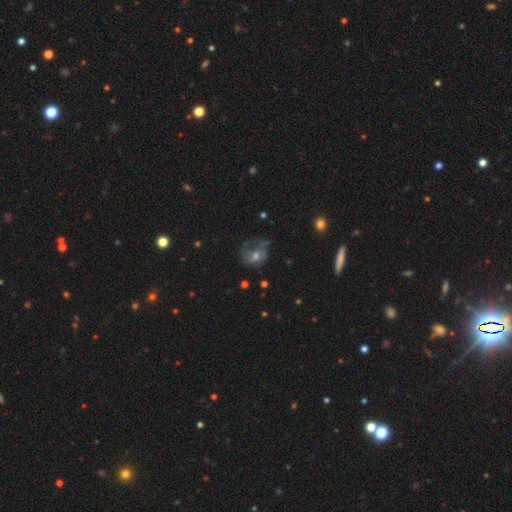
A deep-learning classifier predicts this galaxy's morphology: A featured or disk galaxy (52%). Merging: none (43%).